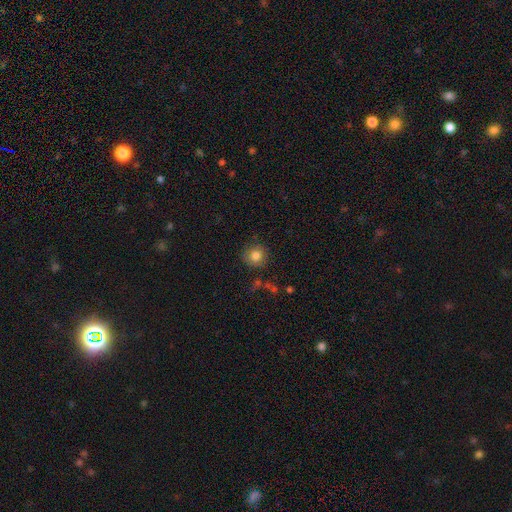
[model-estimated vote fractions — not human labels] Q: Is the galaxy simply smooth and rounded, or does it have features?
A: smooth — 82%.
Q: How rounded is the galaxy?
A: round — 89%.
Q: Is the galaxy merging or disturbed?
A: none — 80%.